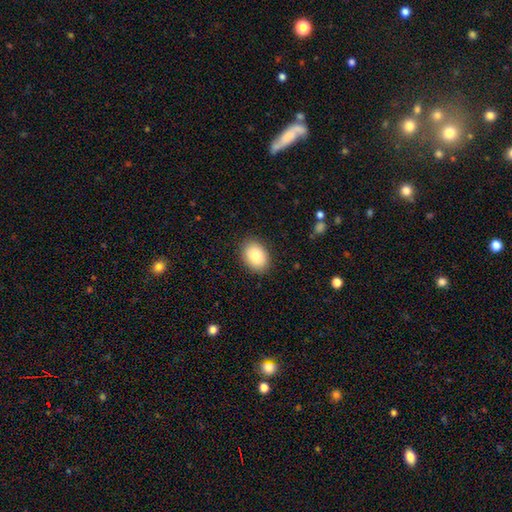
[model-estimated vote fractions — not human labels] A smooth galaxy with no disk features (84%) that is in between round and cigar-shaped (68%). Merging: none (87%).